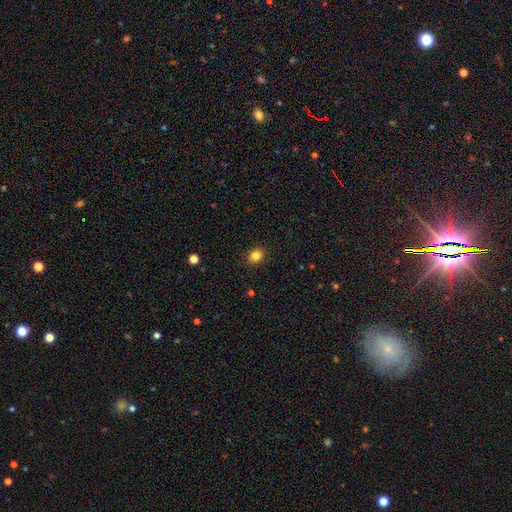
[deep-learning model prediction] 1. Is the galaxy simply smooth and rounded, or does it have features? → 83% smooth, 12% star or artifact, 5% featured or disk.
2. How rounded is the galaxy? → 67% round, 32% in between, 1% cigar-shaped.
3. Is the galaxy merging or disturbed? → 90% none, 7% minor disturbance, 2% major disturbance, 1% merger.